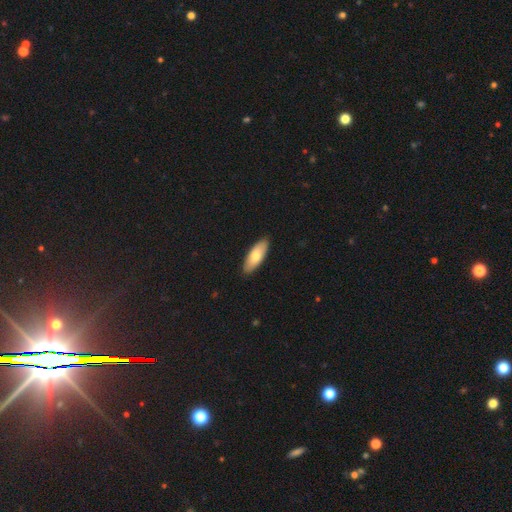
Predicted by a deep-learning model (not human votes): This appears to be a smooth galaxy with no disk features (75%) that is in between round and cigar-shaped (73%). Merging: none (90%).